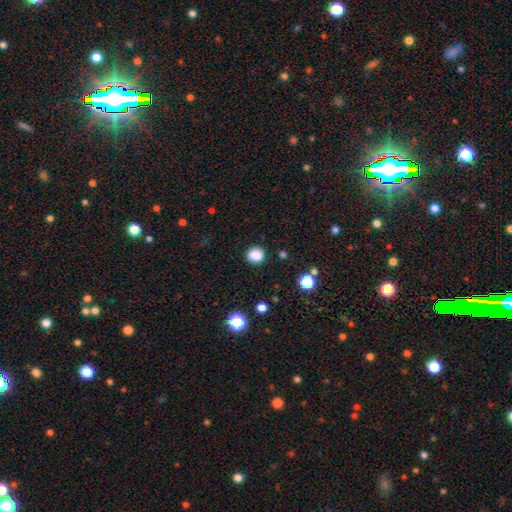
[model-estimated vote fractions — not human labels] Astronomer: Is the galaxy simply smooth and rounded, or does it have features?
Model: smooth — 85%.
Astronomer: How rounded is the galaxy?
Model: round — 81%.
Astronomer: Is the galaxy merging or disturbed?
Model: none — 87%.